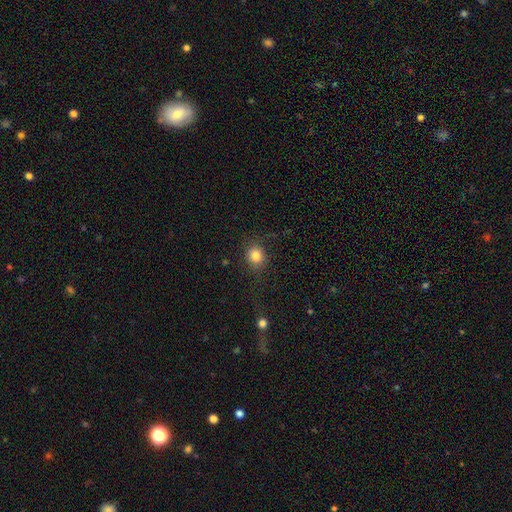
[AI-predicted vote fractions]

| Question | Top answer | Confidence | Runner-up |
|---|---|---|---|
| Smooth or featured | smooth | 82% | star or artifact (11%) |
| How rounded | round | 76% | in between (23%) |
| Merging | none | 80% | minor disturbance (12%) |